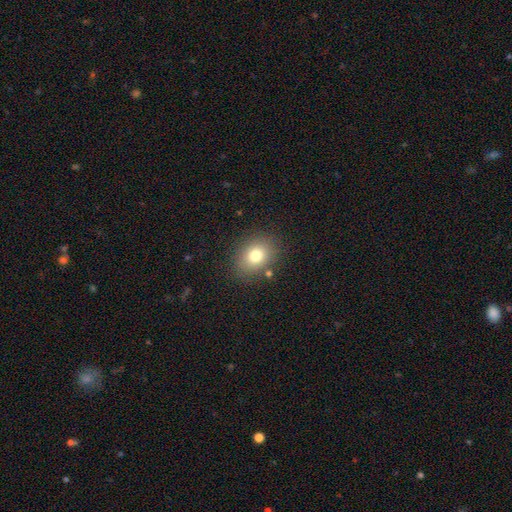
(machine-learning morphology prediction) smooth_or_featured: smooth (p=0.77) [alt: star or artifact p=0.12]
how_rounded: in between (p=0.53) [alt: round p=0.46]
merging: none (p=0.83) [alt: minor disturbance p=0.10]